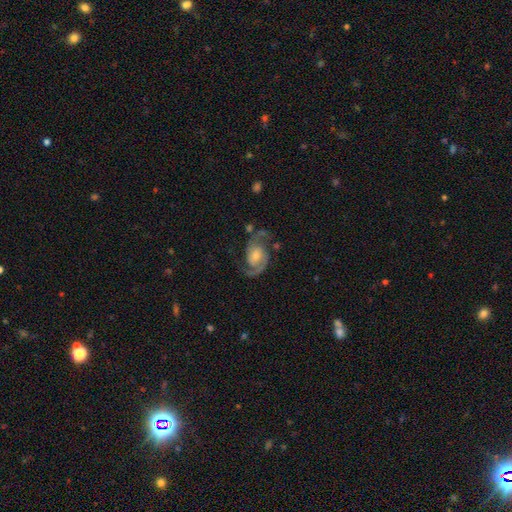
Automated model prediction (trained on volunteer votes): The model was most divided on "bulge size": moderate: 50%, small: 37%, large: 7%, none: 4%, dominant: 1%. More confident: edge-on disk — no (98%); spiral arms — yes (98%); spiral arm count — 2 (92%); smooth or featured — featured or disk (89%); merging — none (72%); bar — no (59%); spiral winding — medium (55%).